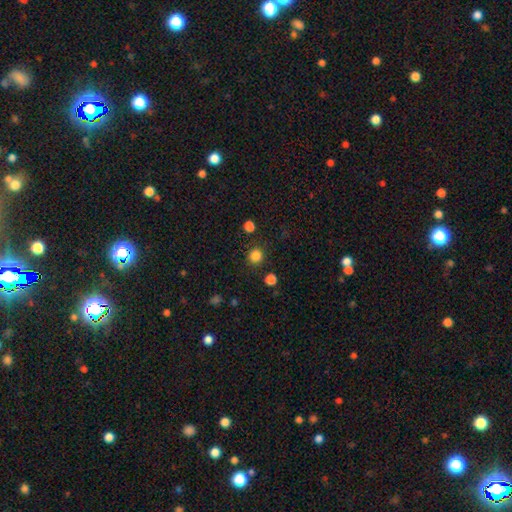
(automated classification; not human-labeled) smooth 84%, star or artifact 13%, featured or disk 4%. Down the decision tree: how rounded — round (92%); merging — none (87%).